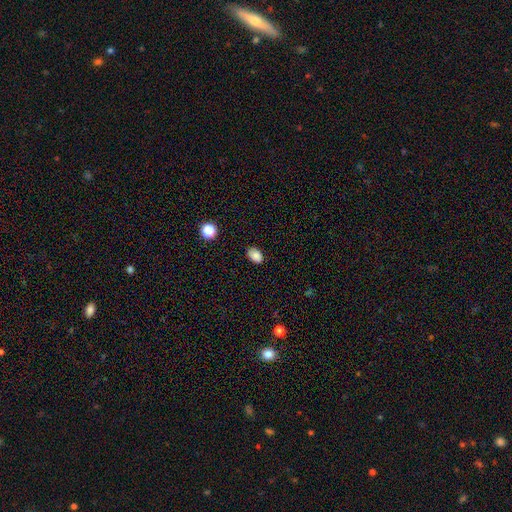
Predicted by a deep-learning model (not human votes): smooth_or_featured: smooth (p=0.86) [alt: star or artifact p=0.10]
how_rounded: in between (p=0.84) [alt: round p=0.15]
merging: none (p=0.83) [alt: minor disturbance p=0.13]